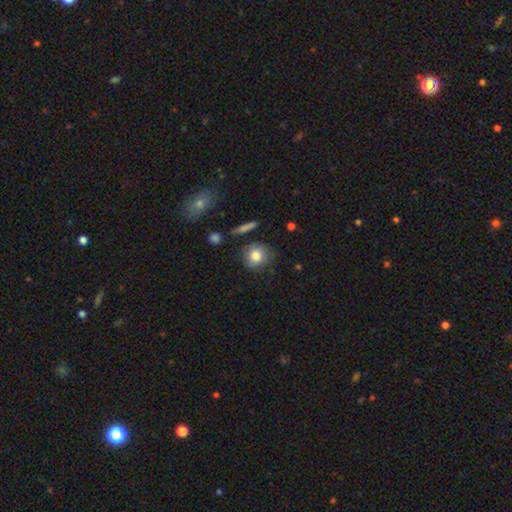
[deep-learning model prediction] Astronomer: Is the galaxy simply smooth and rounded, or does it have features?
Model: smooth — 82%.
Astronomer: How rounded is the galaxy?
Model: round — 81%.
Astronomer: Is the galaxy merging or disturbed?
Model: none — 72%.